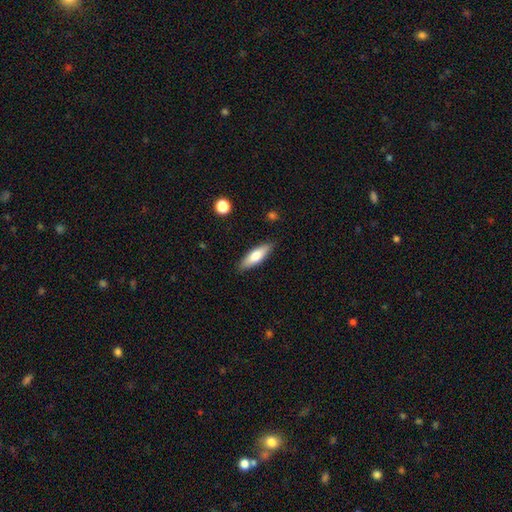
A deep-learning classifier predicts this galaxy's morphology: A smooth galaxy with no disk features (70%) that is cigar-shaped (50%).

Vote fractions:
- Smooth or featured? smooth: 70% / featured or disk: 24% / star or artifact: 6%
- How rounded? cigar-shaped: 50% / in between: 48% / round: 2%
- Merging? none: 87% / minor disturbance: 10% / major disturbance: 2% / merger: 1%